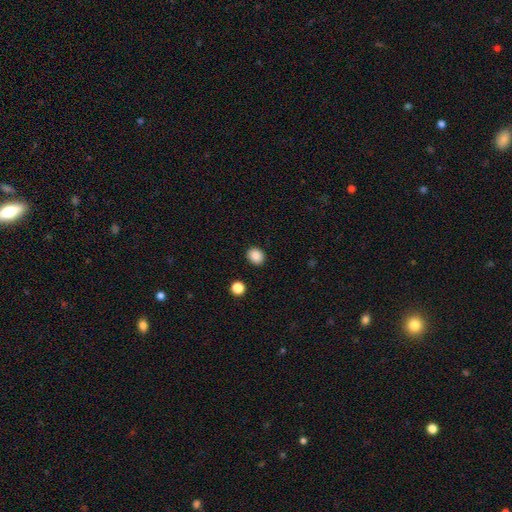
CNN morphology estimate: Smooth or featured?
  - smooth: 87% *
  - star or artifact: 10%
  - featured or disk: 3%
How rounded?
  - round: 65% *
  - in between: 34%
  - cigar-shaped: 1%
Merging?
  - none: 90% *
  - minor disturbance: 7%
  - major disturbance: 2%
  - merger: 2%